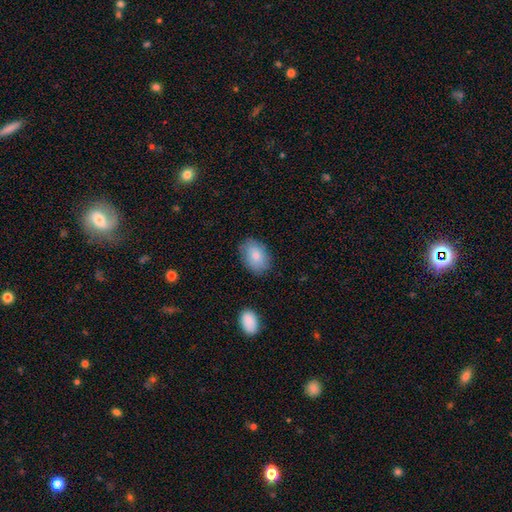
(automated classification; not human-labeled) The model was most divided on "merging": none: 80%, minor disturbance: 15%, major disturbance: 3%, merger: 2%. More confident: how rounded — in between (82%); smooth or featured — smooth (80%).